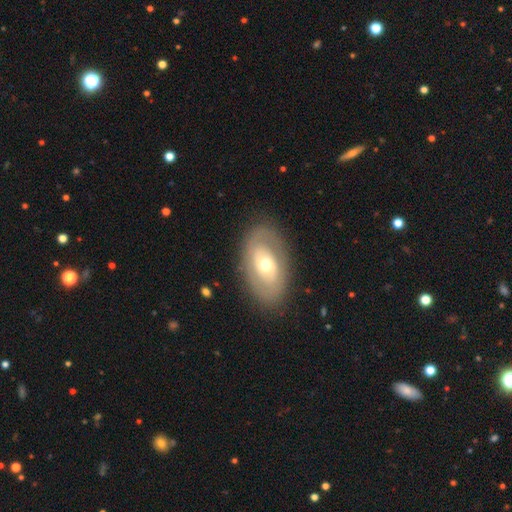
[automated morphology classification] Smooth or featured: featured or disk — 56% (smooth — 34%)
Edge-on disk: no — 89% (yes — 11%)
Bar: no — 58% (weak — 30%)
Spiral arms: yes — 51% (no — 49%)
Bulge size: moderate — 58% (small — 36%)
Merging: none — 84% (minor disturbance — 11%)